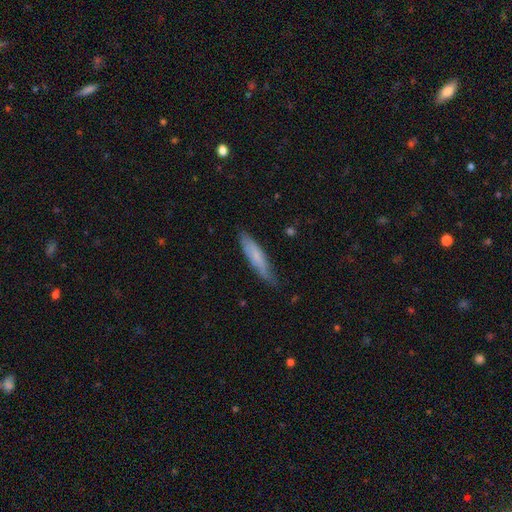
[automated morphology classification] smooth 64%, featured or disk 30%, star or artifact 6%. Down the decision tree: how rounded — cigar-shaped (81%); merging — none (74%).